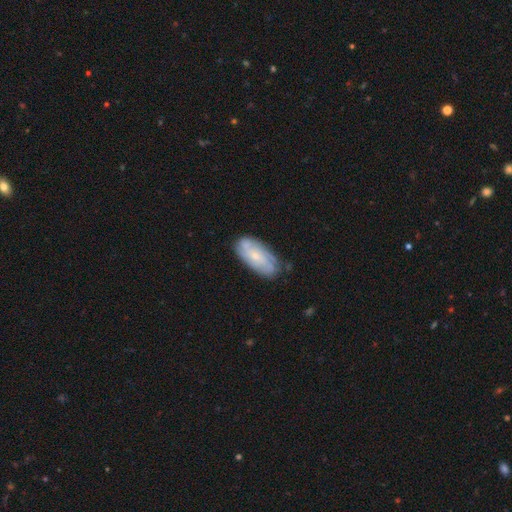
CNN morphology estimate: A featured or disk galaxy (54%).

Vote fractions:
- Smooth or featured? featured or disk: 54% / smooth: 40% / star or artifact: 7%
- Edge-on disk? no: 92% / yes: 8%
- Merging? none: 72% / minor disturbance: 21% / major disturbance: 5% / merger: 3%